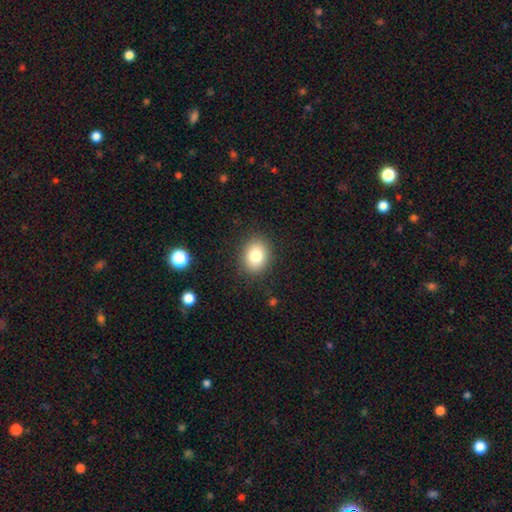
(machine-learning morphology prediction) smooth-or-featured: smooth: 81% | star or artifact: 10% | featured or disk: 9%
  how-rounded: round: 51% | in between: 48% | cigar-shaped: 1%
  merging: none: 87% | minor disturbance: 9% | major disturbance: 3% | merger: 1%